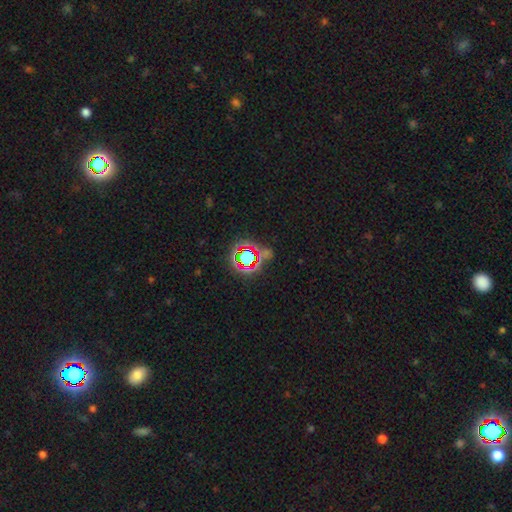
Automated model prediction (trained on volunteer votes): smooth-or-featured: star or artifact: 76% | smooth: 15% | featured or disk: 9%